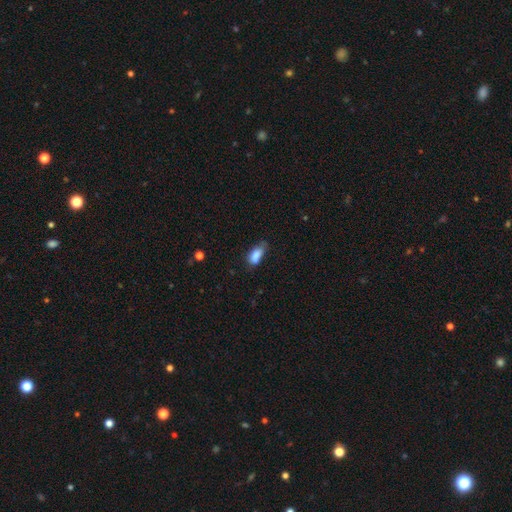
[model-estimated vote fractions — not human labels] smooth 83%, featured or disk 8%, star or artifact 8%. Down the decision tree: how rounded — in between (85%); merging — none (46%).